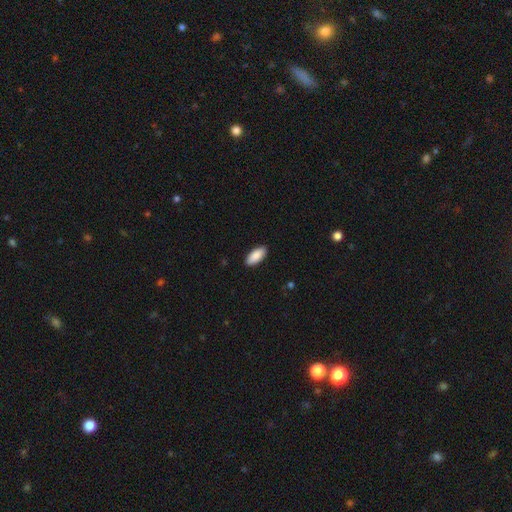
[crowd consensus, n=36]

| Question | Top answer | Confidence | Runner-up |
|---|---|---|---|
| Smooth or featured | smooth | 92% | star or artifact (6%) |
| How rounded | in between | 94% | round (3%) |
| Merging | none | 85% | minor disturbance (9%) |